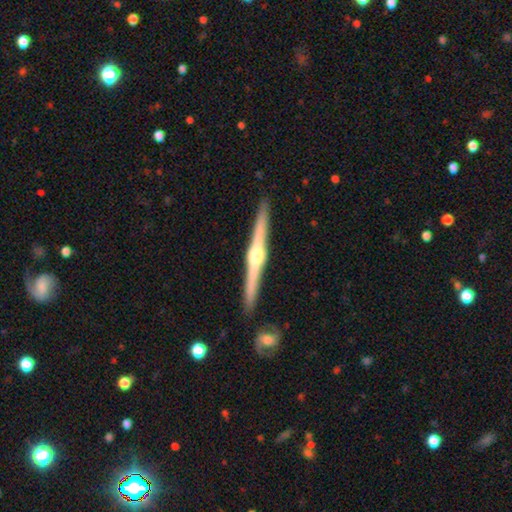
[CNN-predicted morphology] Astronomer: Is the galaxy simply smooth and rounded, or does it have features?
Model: featured or disk — 83%.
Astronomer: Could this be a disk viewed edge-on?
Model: yes — 98%.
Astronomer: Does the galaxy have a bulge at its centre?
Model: rounded — 93%.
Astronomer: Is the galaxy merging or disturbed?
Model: none — 90%.